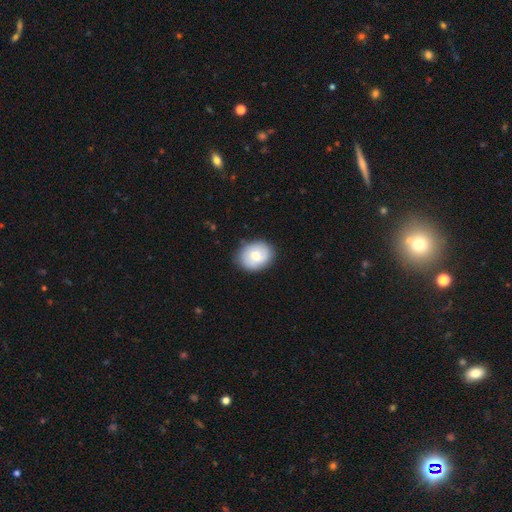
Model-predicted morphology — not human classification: smooth_or_featured: smooth (p=0.66) [alt: featured or disk p=0.27]
how_rounded: round (p=0.58) [alt: in between p=0.41]
merging: none (p=0.83) [alt: minor disturbance p=0.13]